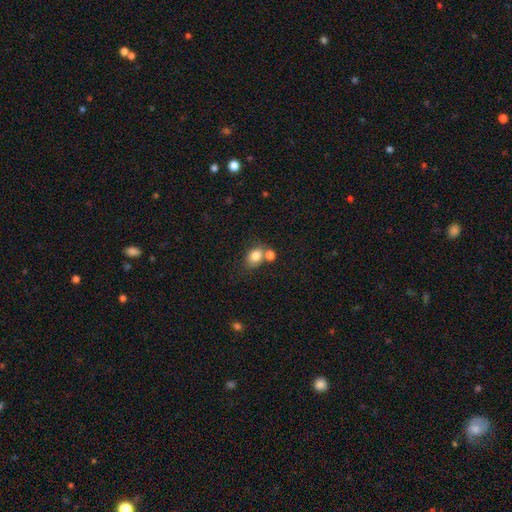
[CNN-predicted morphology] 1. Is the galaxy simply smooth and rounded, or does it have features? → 82% smooth, 10% star or artifact, 8% featured or disk.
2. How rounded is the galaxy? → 61% in between, 38% round, 1% cigar-shaped.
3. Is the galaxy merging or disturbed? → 52% none, 32% merger, 12% minor disturbance, 4% major disturbance.